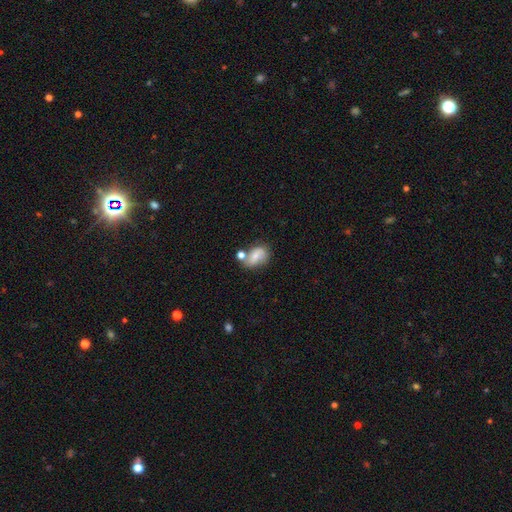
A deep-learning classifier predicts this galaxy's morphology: Smooth or featured? smooth (56%)
How rounded? in between (77%)
Merging? none (47%)